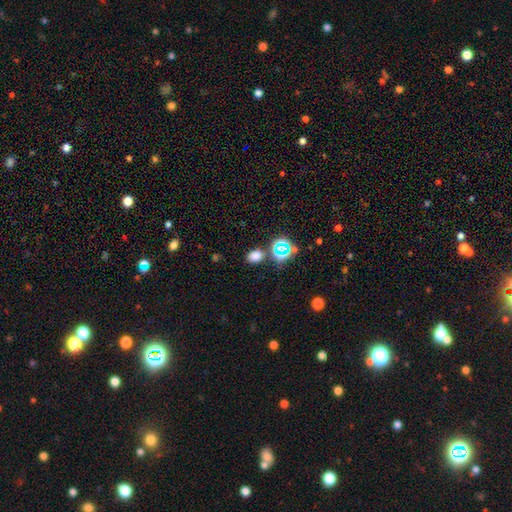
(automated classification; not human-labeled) This is likely a smooth galaxy (70%). How rounded: likely in between (65%). Merging: likely none (78%).